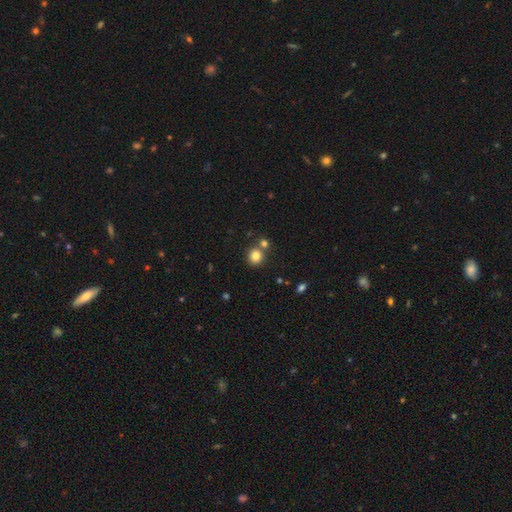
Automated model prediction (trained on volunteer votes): The model was most divided on "merging": none: 70%, merger: 20%, minor disturbance: 8%, major disturbance: 3%. More confident: how rounded — round (87%); smooth or featured — smooth (82%).